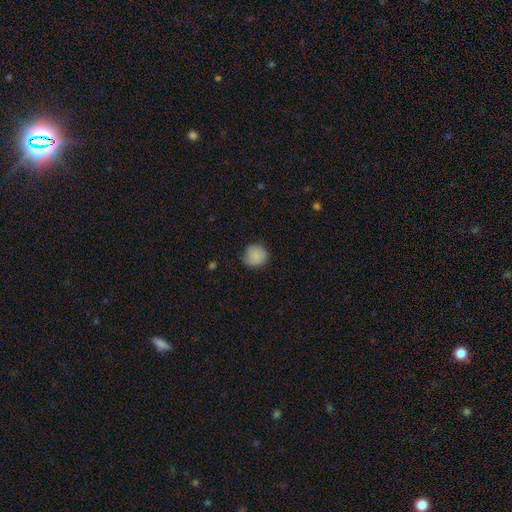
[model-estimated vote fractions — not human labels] Smooth or featured?
  - smooth: 82% *
  - featured or disk: 11%
  - star or artifact: 7%
How rounded?
  - round: 85% *
  - in between: 14%
  - cigar-shaped: 1%
Merging?
  - none: 69% *
  - minor disturbance: 25%
  - major disturbance: 5%
  - merger: 1%